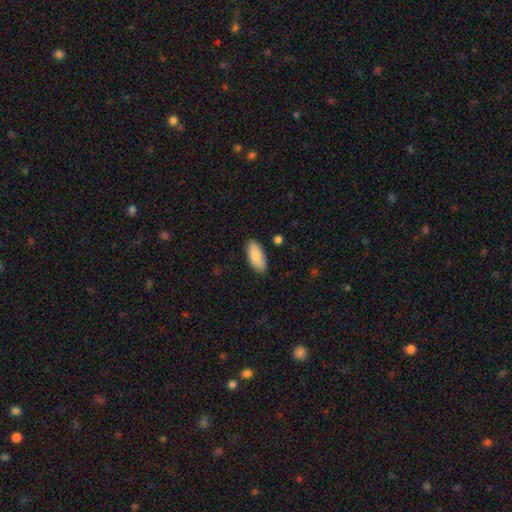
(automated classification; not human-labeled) A smooth galaxy with no disk features (87%) that is in between round and cigar-shaped (87%).

Vote fractions:
- Smooth or featured? smooth: 87% / featured or disk: 7% / star or artifact: 6%
- How rounded? in between: 87% / cigar-shaped: 11% / round: 2%
- Merging? none: 85% / minor disturbance: 11% / major disturbance: 2% / merger: 2%